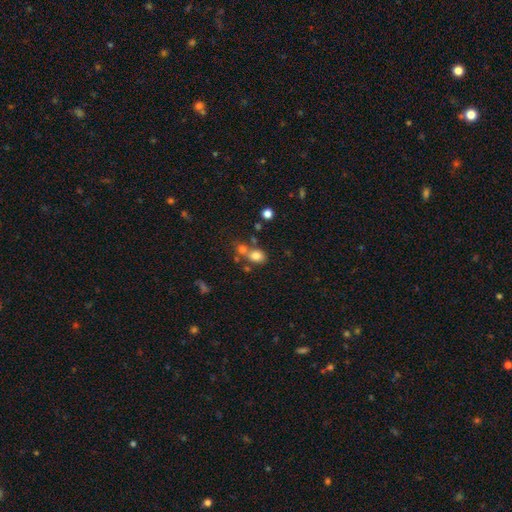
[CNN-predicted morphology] smooth 78%, star or artifact 12%, featured or disk 10%. Down the decision tree: how rounded — in between (55%); merging — none (49%).